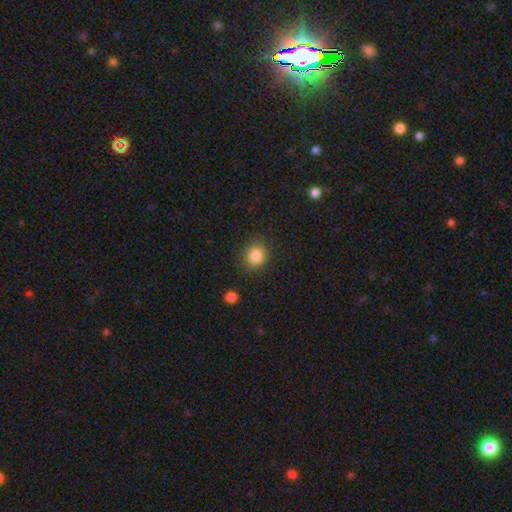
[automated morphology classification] This is clearly a smooth galaxy (85%). How rounded: likely round (72%). Merging: clearly none (86%).